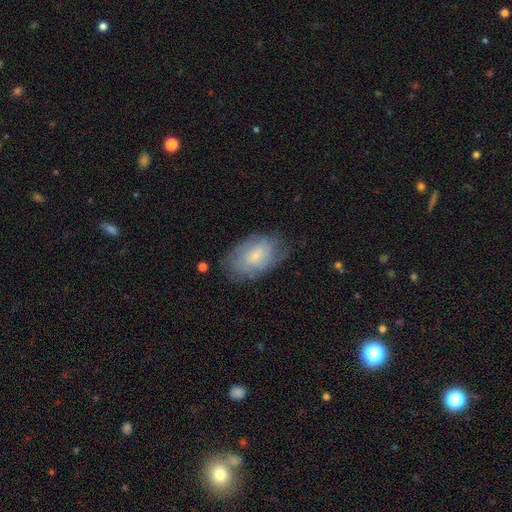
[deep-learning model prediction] smooth-or-featured: smooth: 53% | featured or disk: 40% | star or artifact: 7%
  how-rounded: in between: 92% | round: 6% | cigar-shaped: 2%
  merging: none: 68% | minor disturbance: 23% | major disturbance: 8% | merger: 1%